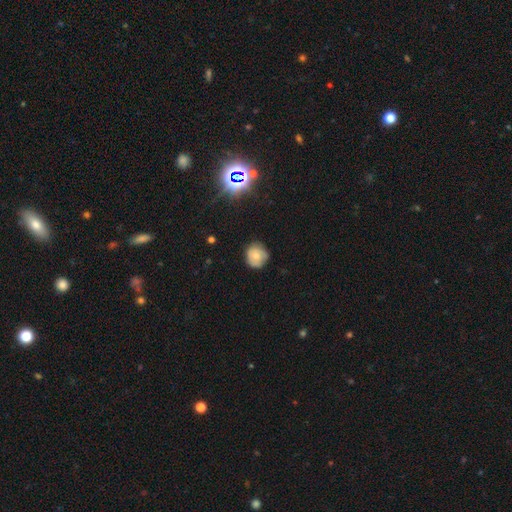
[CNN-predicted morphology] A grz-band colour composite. It shows a smooth galaxy with no disk features (65%) that is round (86%). Merging: none (73%).